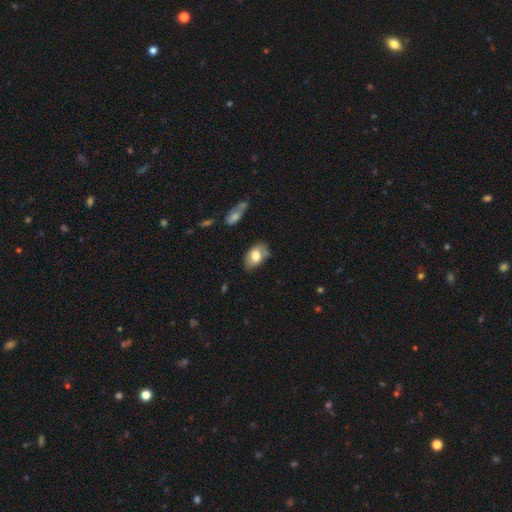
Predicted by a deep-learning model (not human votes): Overall: smooth (72%). How rounded: in between (91%). Merging: none (68%).